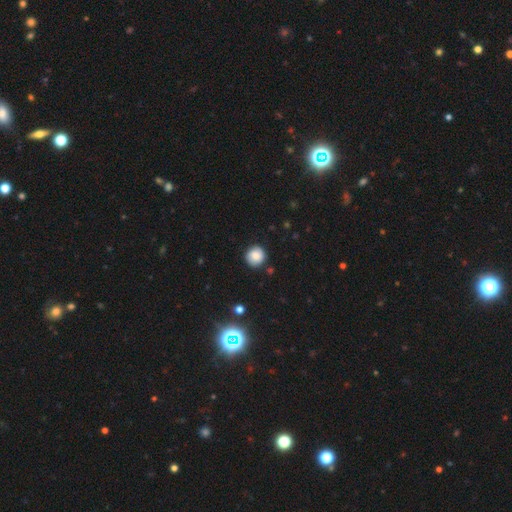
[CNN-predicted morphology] The model was most divided on "smooth or featured": smooth: 83%, star or artifact: 10%, featured or disk: 7%. More confident: how rounded — round (93%); merging — none (88%).